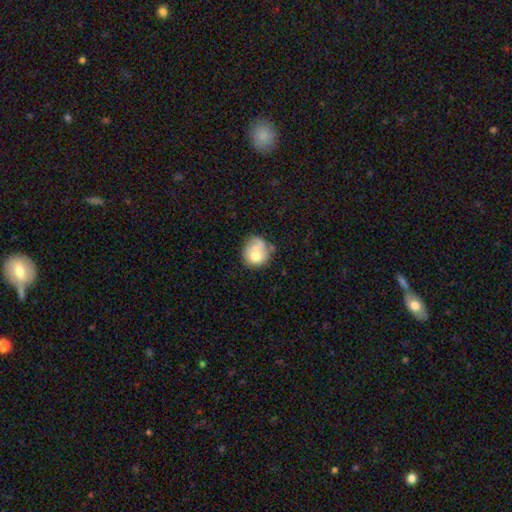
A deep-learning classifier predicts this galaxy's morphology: This is likely a smooth galaxy (66%). How rounded: likely round (75%). Merging: marginally none (45%).